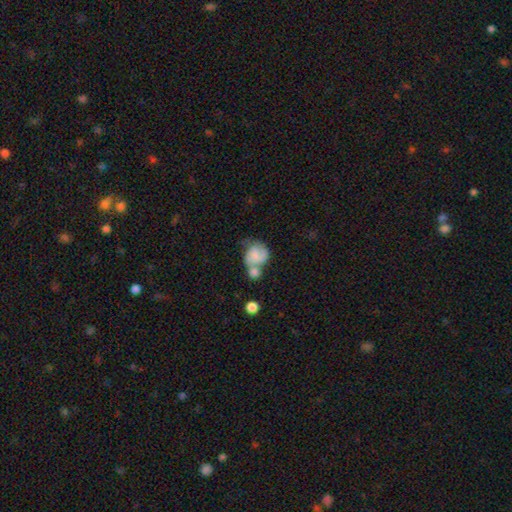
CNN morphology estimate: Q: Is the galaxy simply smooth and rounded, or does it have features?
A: smooth — 59%.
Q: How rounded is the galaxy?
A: round — 63%.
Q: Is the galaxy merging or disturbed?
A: merger — 51%.